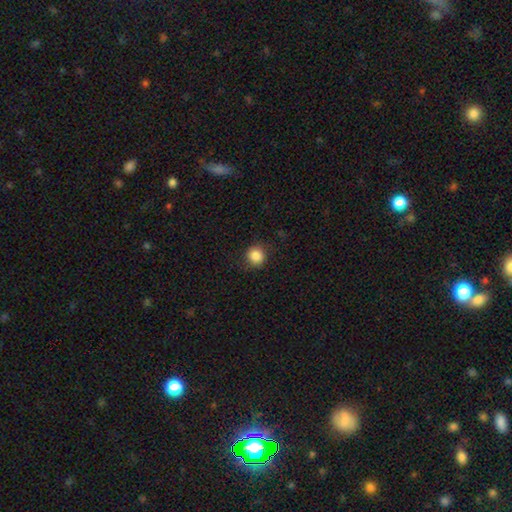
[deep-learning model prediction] Smooth or featured? smooth (86%)
How rounded? round (89%)
Merging? none (84%)